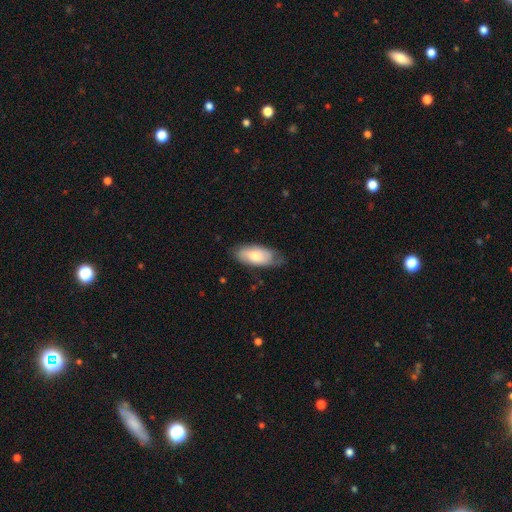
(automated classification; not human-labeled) Smooth or featured? Predicted: smooth (p=0.70). How rounded? Predicted: in between (p=0.88). Merging? Predicted: none (p=0.65).